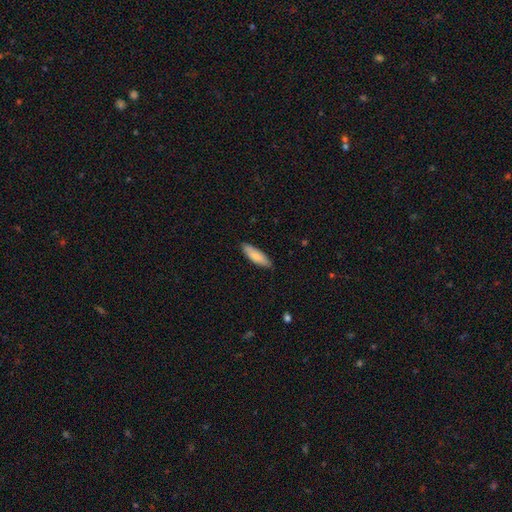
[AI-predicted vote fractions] Smooth or featured?
  - smooth: 82% *
  - featured or disk: 12%
  - star or artifact: 6%
How rounded?
  - cigar-shaped: 54% *
  - in between: 45%
  - round: 1%
Merging?
  - none: 86% *
  - minor disturbance: 11%
  - major disturbance: 2%
  - merger: 1%